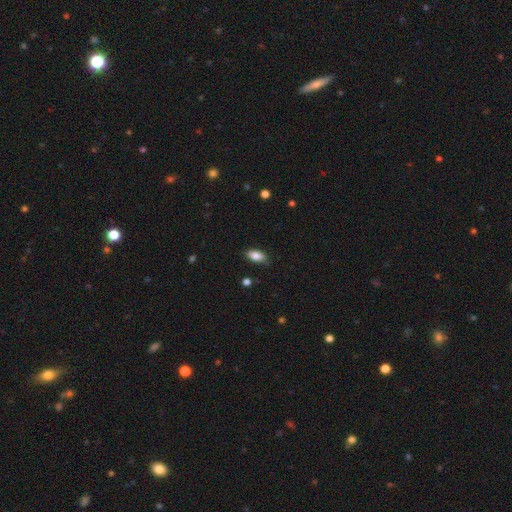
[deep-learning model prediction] smooth-or-featured: smooth: 84% | featured or disk: 9% | star or artifact: 8%
  how-rounded: in between: 91% | cigar-shaped: 6% | round: 4%
  merging: none: 84% | minor disturbance: 12% | major disturbance: 2% | merger: 1%